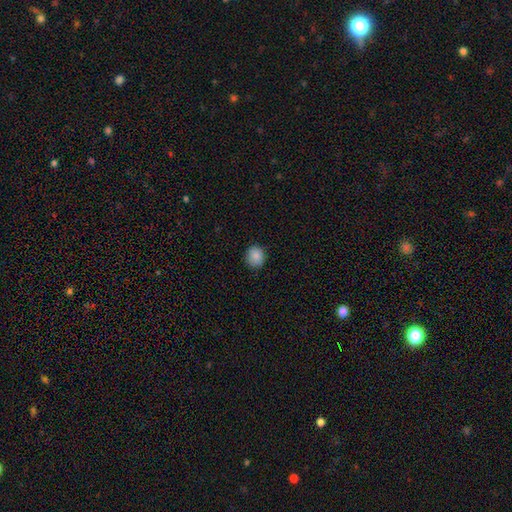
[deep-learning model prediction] smooth_or_featured: smooth (p=0.87) [alt: star or artifact p=0.09]
how_rounded: round (p=0.77) [alt: in between p=0.22]
merging: none (p=0.88) [alt: minor disturbance p=0.09]